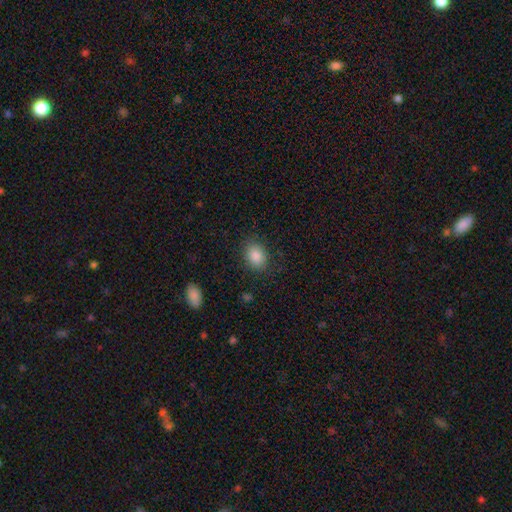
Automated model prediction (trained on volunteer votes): Smooth or featured? Predicted: smooth (p=0.86). How rounded? Predicted: in between (p=0.69). Merging? Predicted: none (p=0.84).